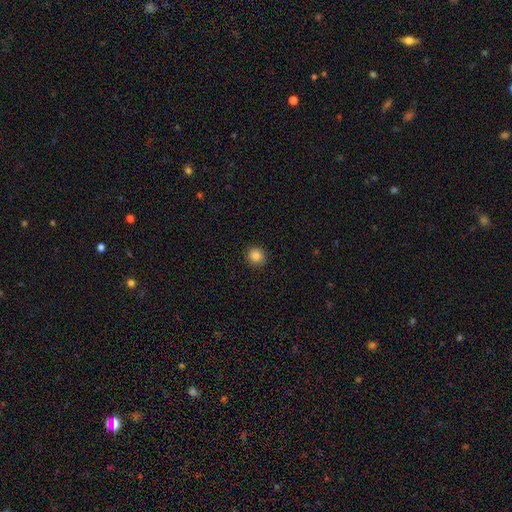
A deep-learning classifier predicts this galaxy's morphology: smooth_or_featured: smooth (p=0.86) [alt: star or artifact p=0.11]
how_rounded: round (p=0.89) [alt: in between p=0.10]
merging: none (p=0.90) [alt: minor disturbance p=0.07]